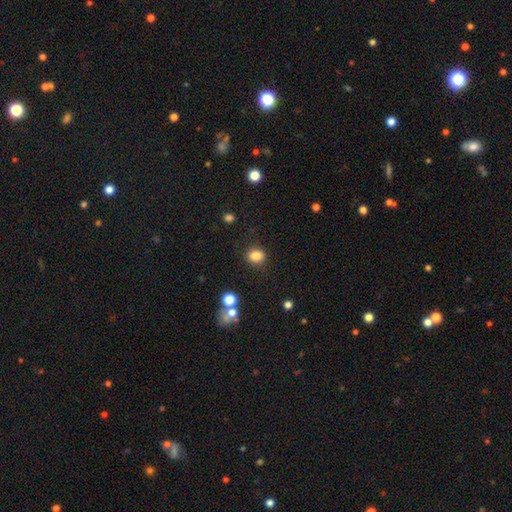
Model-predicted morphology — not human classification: A smooth galaxy with no disk features (83%) that is round (64%).

Vote fractions:
- Smooth or featured? smooth: 83% / star or artifact: 12% / featured or disk: 5%
- How rounded? round: 64% / in between: 35% / cigar-shaped: 1%
- Merging? none: 85% / minor disturbance: 10% / major disturbance: 3% / merger: 3%